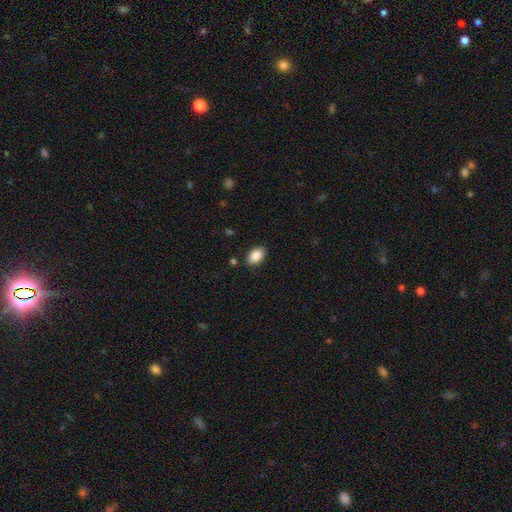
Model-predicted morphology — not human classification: This is clearly a smooth galaxy (88%). How rounded: clearly in between (90%). Merging: clearly none (87%).